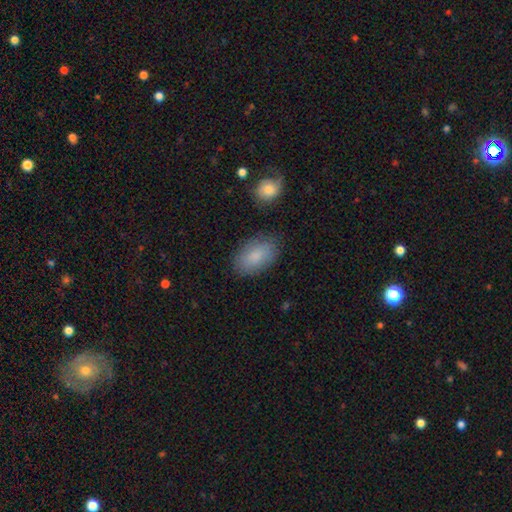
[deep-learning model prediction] This is clearly a smooth galaxy (83%). How rounded: clearly in between (92%). Merging: clearly none (81%).